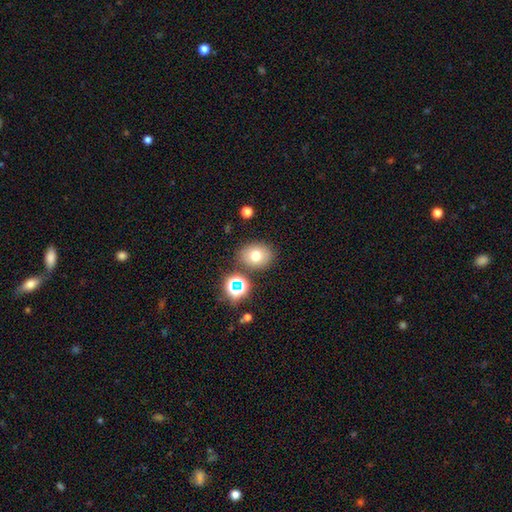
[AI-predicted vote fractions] smooth-or-featured: smooth: 72% | star or artifact: 15% | featured or disk: 13%
  how-rounded: round: 50% | in between: 49% | cigar-shaped: 1%
  merging: none: 81% | minor disturbance: 10% | merger: 6% | major disturbance: 3%